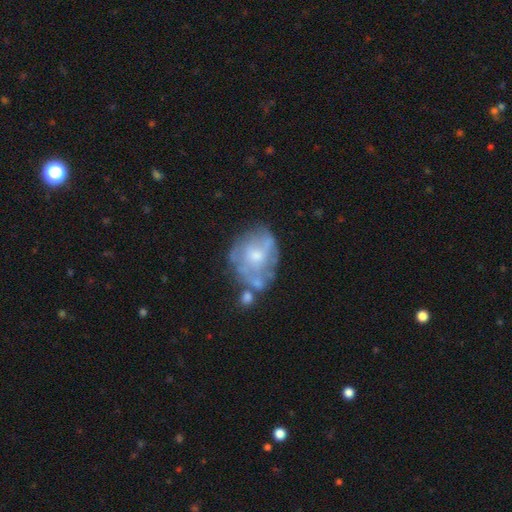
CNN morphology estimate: smooth_or_featured: featured or disk (p=0.63) [alt: smooth p=0.28]
disk_edge_on: no (p=0.97) [alt: yes p=0.03]
bar: no (p=0.75) [alt: weak p=0.21]
has_spiral_arms: no (p=0.57) [alt: yes p=0.43]
bulge_size: moderate (p=0.53) [alt: small p=0.35]
merging: none (p=0.43) [alt: minor disturbance p=0.23]